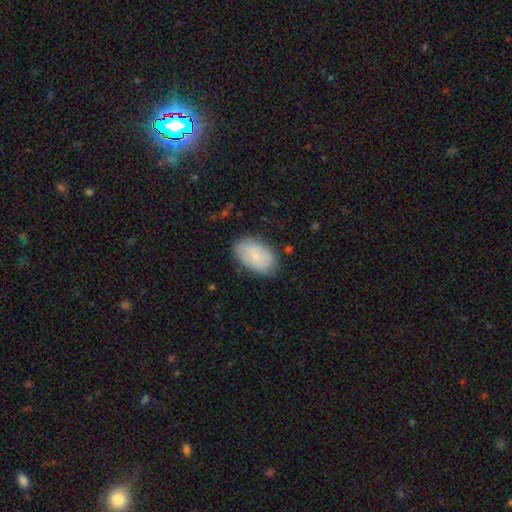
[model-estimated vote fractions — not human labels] Overall: smooth (77%). How rounded: in between (93%). Merging: none (80%).